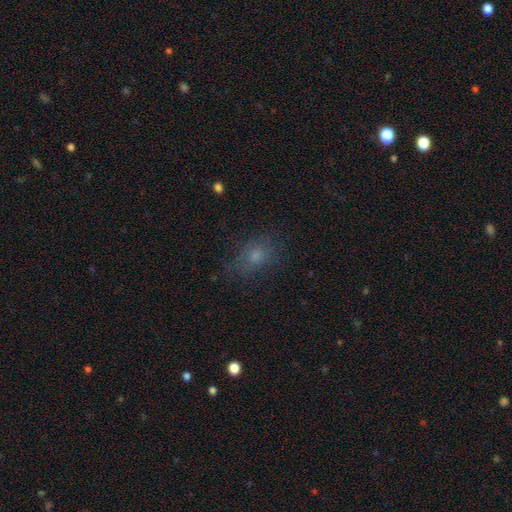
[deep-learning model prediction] Overall: smooth (64%). How rounded: in between (63%; round 34%). Merging: none (72%).